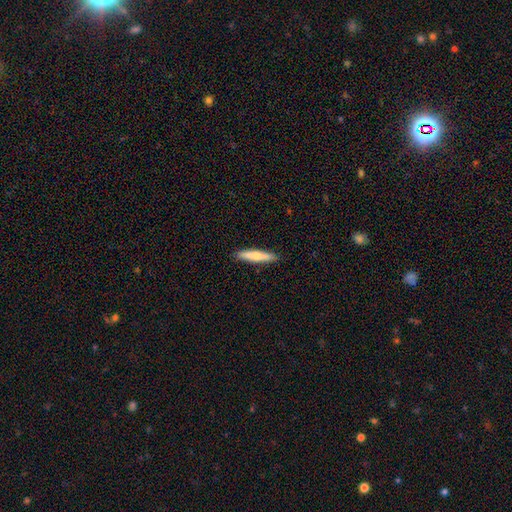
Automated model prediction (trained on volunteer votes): This appears to be a smooth galaxy with no disk features (69%) that is cigar-shaped (88%). Merging: none (90%).